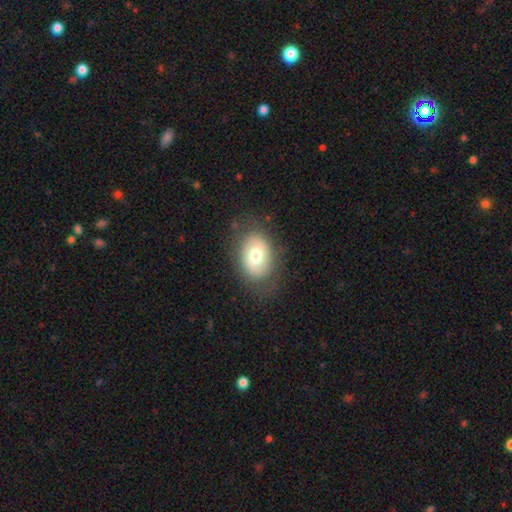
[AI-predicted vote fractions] Smooth or featured? Predicted: smooth (p=0.67). How rounded? Predicted: in between (p=0.74). Merging? Predicted: none (p=0.77).